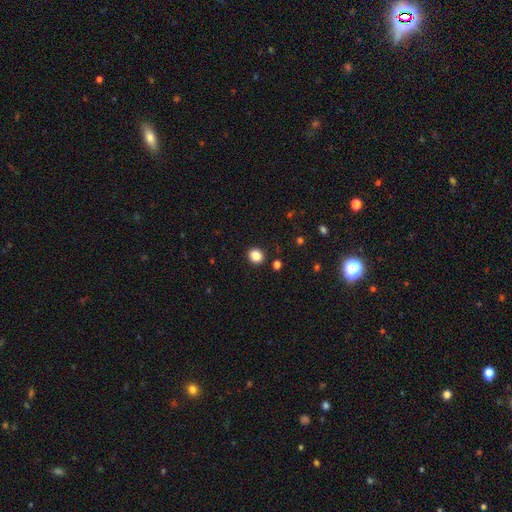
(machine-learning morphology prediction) type=smooth (85%); roundness=round (79%); merging=none (91%).